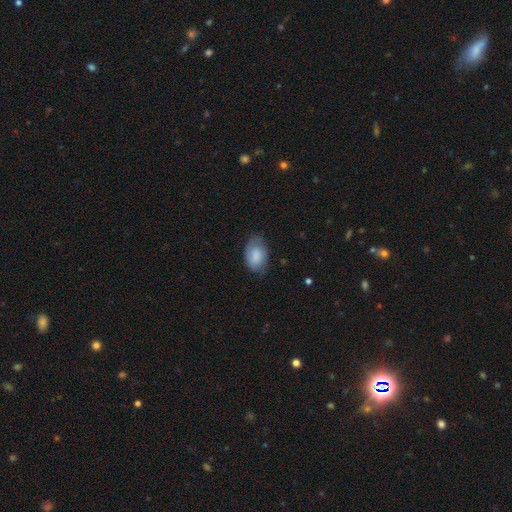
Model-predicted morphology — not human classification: The model was most divided on "merging": none: 68%, minor disturbance: 25%, major disturbance: 6%, merger: 1%. More confident: how rounded — in between (90%); smooth or featured — smooth (79%).